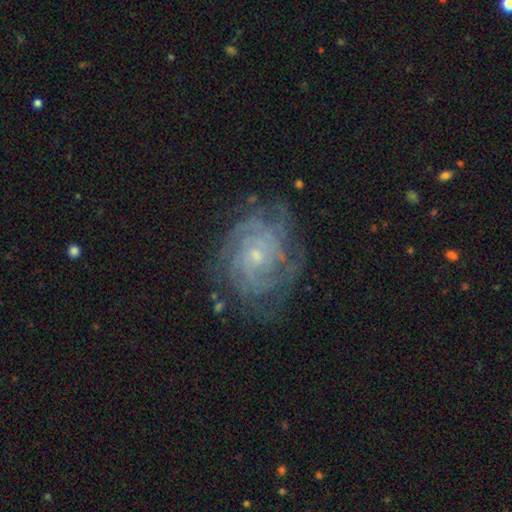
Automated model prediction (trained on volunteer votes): Q: Smooth or featured?
A: featured or disk (86%); runner-up: smooth (7%)
Q: Edge-on disk?
A: no (97%); runner-up: yes (3%)
Q: Bar?
A: no (74%); runner-up: weak (22%)
Q: Spiral arms?
A: yes (96%); runner-up: no (4%)
Q: Spiral winding?
A: tight (74%); runner-up: medium (22%)
Q: Spiral arm count?
A: can't tell (33%); runner-up: 4 (21%)
Q: Bulge size?
A: small (75%); runner-up: moderate (21%)
Q: Merging?
A: none (74%); runner-up: minor disturbance (17%)